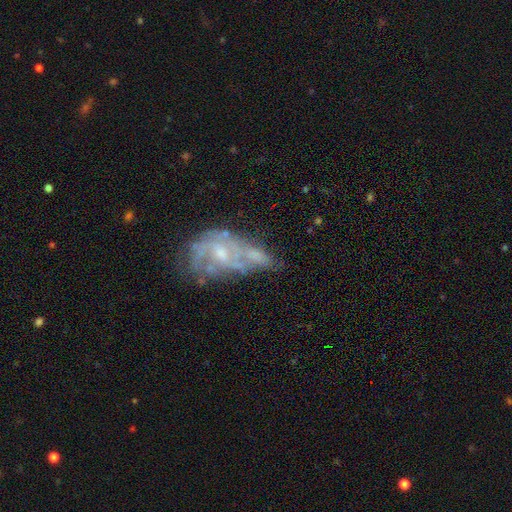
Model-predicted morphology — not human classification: A featured or disk galaxy (67%) with no bar (57%), spiral arms (67%) and a moderate central bulge (42%). Merging: none (48%).